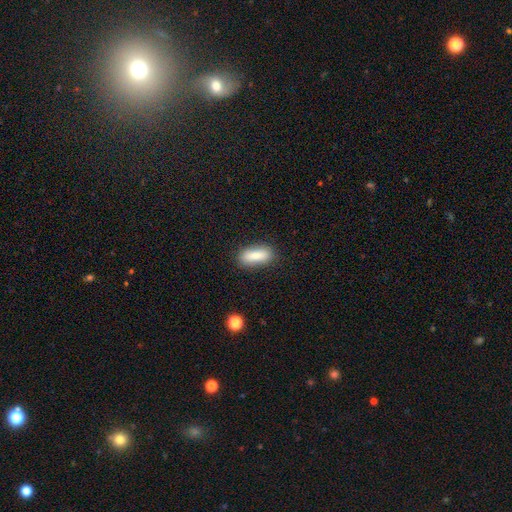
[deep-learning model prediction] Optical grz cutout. It shows a smooth galaxy with no disk features (85%) that is in between round and cigar-shaped (70%). Merging: none (85%).